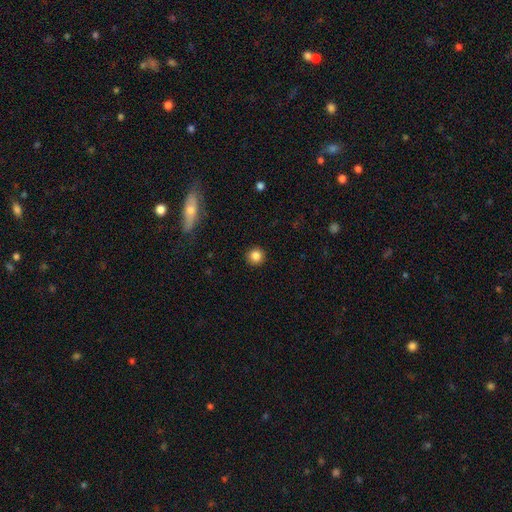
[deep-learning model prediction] Smooth or featured: smooth — 84% (star or artifact — 11%)
How rounded: round — 94% (in between — 5%)
Merging: none — 92% (minor disturbance — 5%)